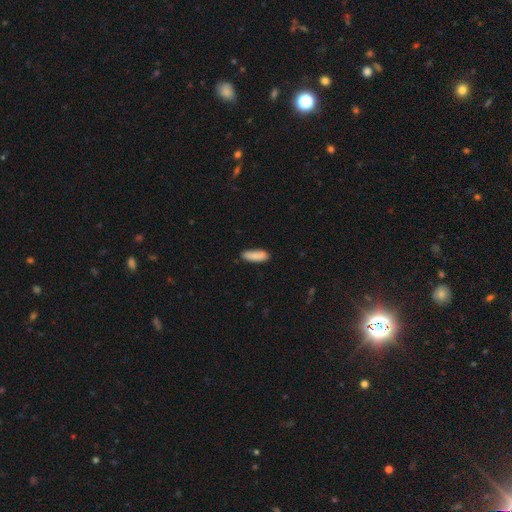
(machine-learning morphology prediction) type=smooth (89%); roundness=in between (59%); merging=none (84%).